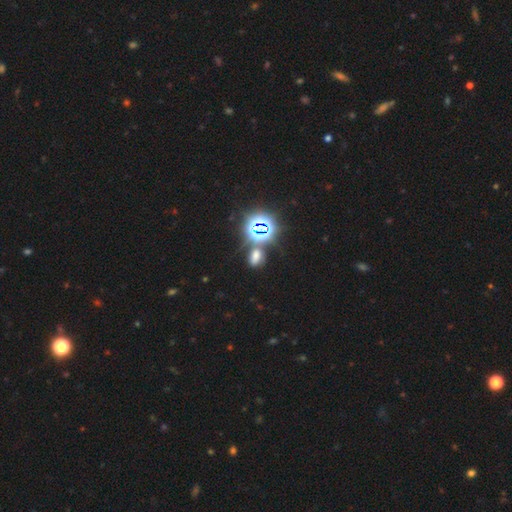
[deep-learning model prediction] A smooth galaxy with no disk features (47%).

Vote fractions:
- Smooth or featured? smooth: 47% / star or artifact: 44% / featured or disk: 9%
- Merging? none: 65% / merger: 15% / minor disturbance: 14% / major disturbance: 6%